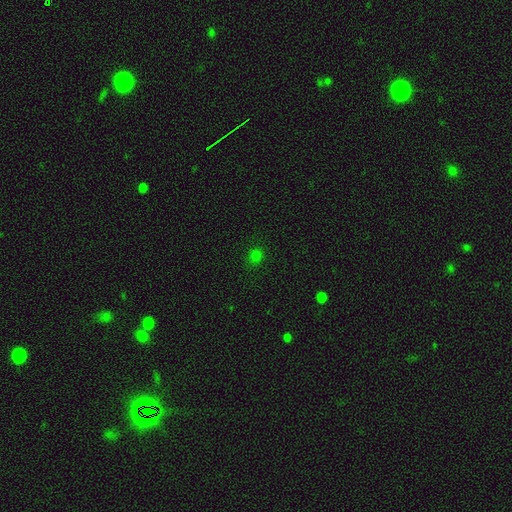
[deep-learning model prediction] Smooth or featured? smooth (75%)
How rounded? round (76%)
Merging? none (87%)